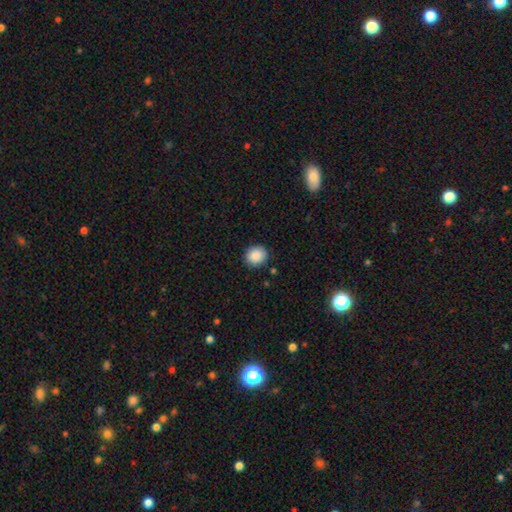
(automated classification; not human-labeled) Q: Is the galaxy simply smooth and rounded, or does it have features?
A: smooth — 89%.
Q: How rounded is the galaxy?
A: round — 79%.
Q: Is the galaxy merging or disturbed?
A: none — 89%.